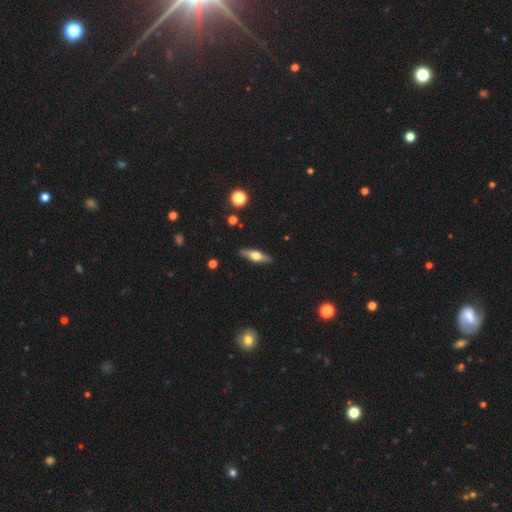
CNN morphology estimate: Smooth or featured?
  - featured or disk: 52% *
  - smooth: 41%
  - star or artifact: 6%
Edge-on disk?
  - yes: 91% *
  - no: 9%
Merging?
  - none: 88% *
  - minor disturbance: 9%
  - major disturbance: 2%
  - merger: 1%